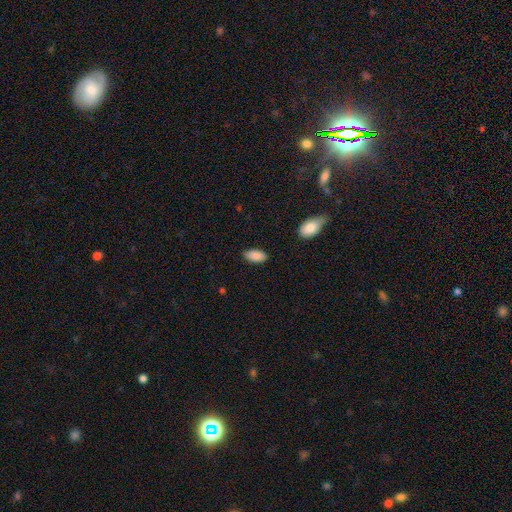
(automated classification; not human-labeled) Q: Smooth or featured?
A: smooth (88%); runner-up: star or artifact (6%)
Q: How rounded?
A: in between (93%); runner-up: cigar-shaped (5%)
Q: Merging?
A: none (86%); runner-up: minor disturbance (11%)